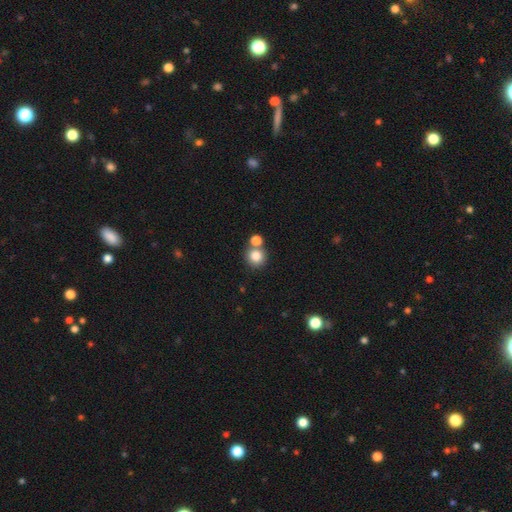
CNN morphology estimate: Overall: smooth (83%). How rounded: round (90%). Merging: none (59%; merger 30%).